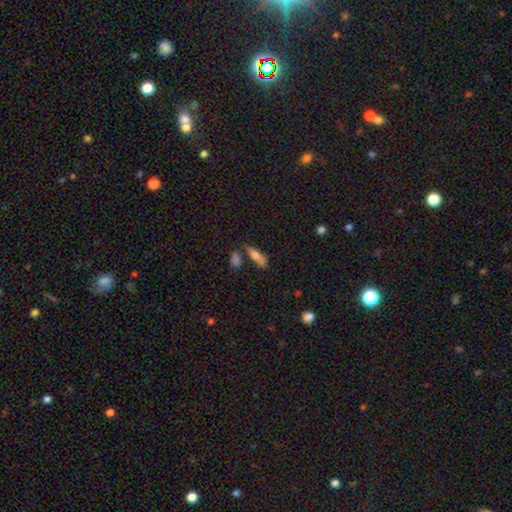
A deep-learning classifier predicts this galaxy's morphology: Smooth or featured? Predicted: smooth (p=0.66). How rounded? Predicted: cigar-shaped (p=0.54). Merging? Predicted: none (p=0.58).